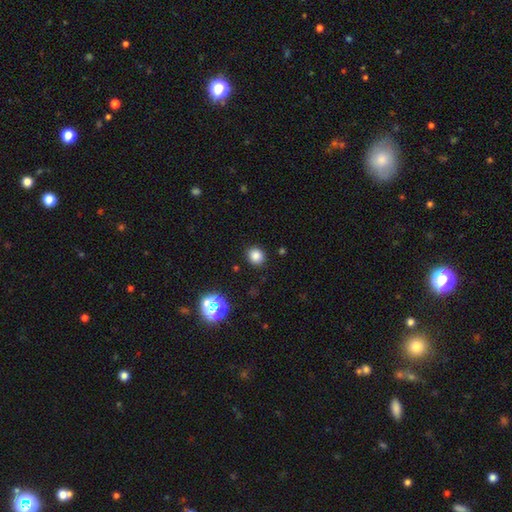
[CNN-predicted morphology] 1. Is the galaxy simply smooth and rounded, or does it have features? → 82% smooth, 14% star or artifact, 4% featured or disk.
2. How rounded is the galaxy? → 79% round, 20% in between, 1% cigar-shaped.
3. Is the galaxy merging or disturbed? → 89% none, 7% minor disturbance, 2% major disturbance, 1% merger.